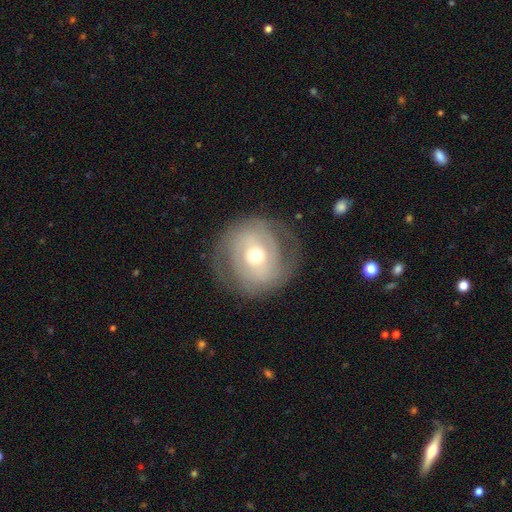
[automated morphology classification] Smooth or featured? featured or disk (63%)
Edge-on disk? no (96%)
Bar? no (68%)
Spiral arms? yes (68%)
Bulge size? moderate (59%)
Merging? none (74%)